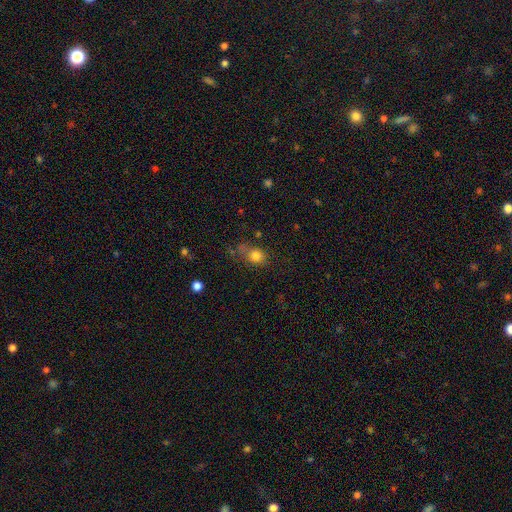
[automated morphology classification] Overall: smooth (79%). How rounded: round (53%; in between 44%). Merging: none (54%; minor disturbance 26%).